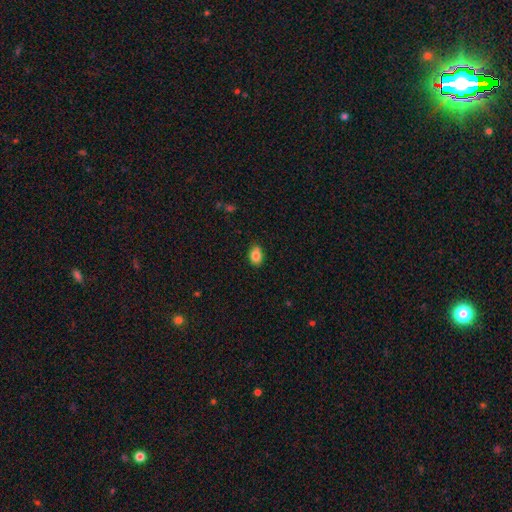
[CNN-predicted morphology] Smooth or featured? smooth (85%)
How rounded? in between (76%)
Merging? none (85%)